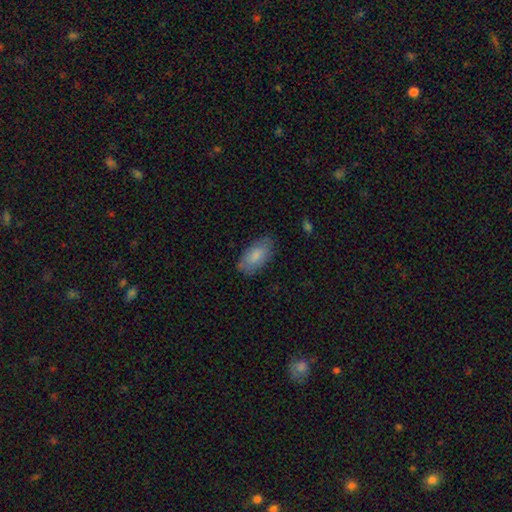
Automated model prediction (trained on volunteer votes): Morphology: type=smooth (82%); roundness=in between (92%); merging=none (79%).